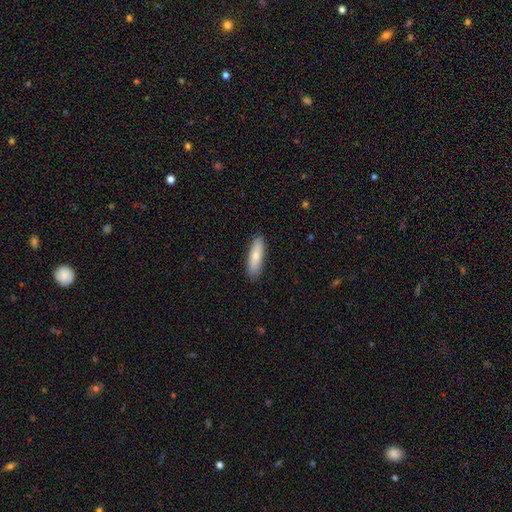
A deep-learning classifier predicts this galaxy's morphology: The model was most divided on "how rounded": cigar-shaped: 53%, in between: 45%, round: 2%. More confident: merging — none (88%); smooth or featured — smooth (75%).